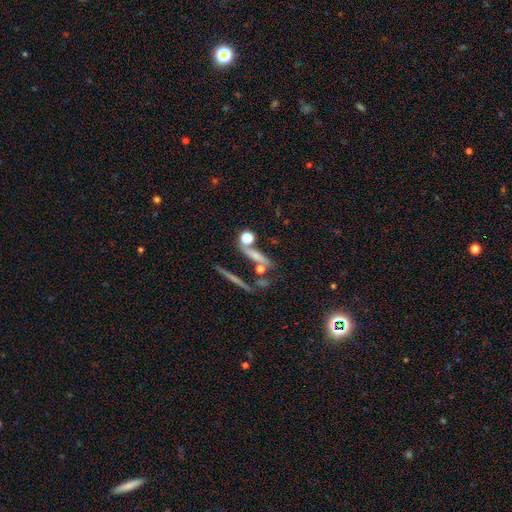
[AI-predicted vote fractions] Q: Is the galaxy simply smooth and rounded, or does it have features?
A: smooth — 52%.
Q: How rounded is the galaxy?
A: cigar-shaped — 60%.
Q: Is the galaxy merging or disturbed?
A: none — 62%.